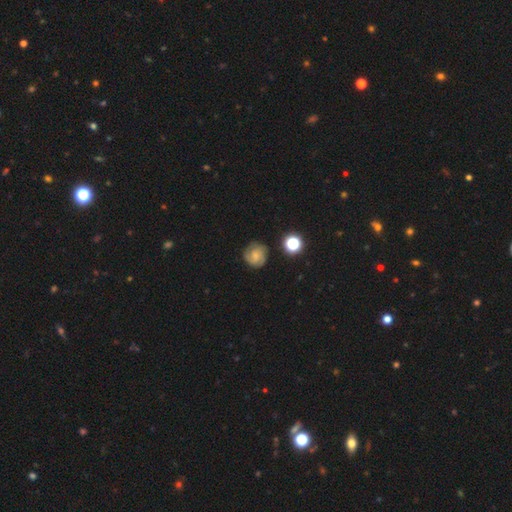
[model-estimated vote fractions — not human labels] A featured or disk galaxy (50%).

Vote fractions:
- Smooth or featured? featured or disk: 50% / smooth: 39% / star or artifact: 11%
- Merging? none: 79% / minor disturbance: 14% / major disturbance: 5% / merger: 2%